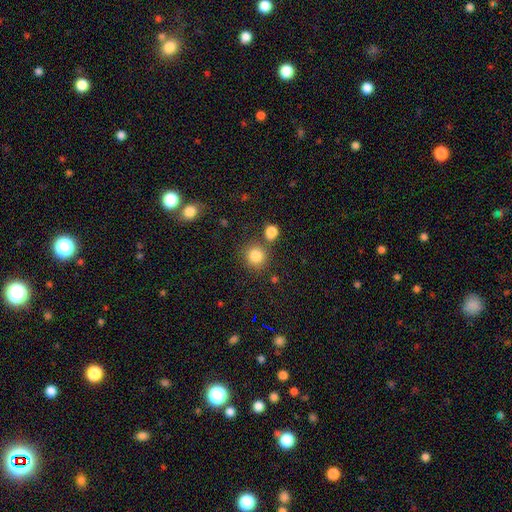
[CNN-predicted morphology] Smooth or featured?
  - smooth: 83% *
  - star or artifact: 11%
  - featured or disk: 5%
How rounded?
  - round: 90% *
  - in between: 9%
  - cigar-shaped: 1%
Merging?
  - none: 73% *
  - merger: 14%
  - minor disturbance: 10%
  - major disturbance: 4%